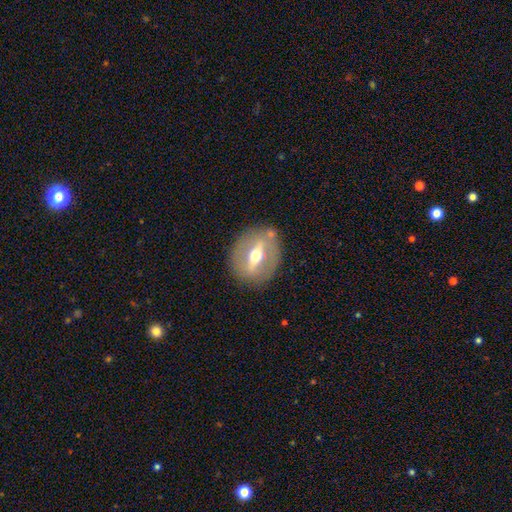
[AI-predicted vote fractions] Q: Smooth or featured?
A: featured or disk (72%); runner-up: smooth (22%)
Q: Edge-on disk?
A: no (58%); runner-up: yes (42%)
Q: Merging?
A: none (83%); runner-up: minor disturbance (10%)